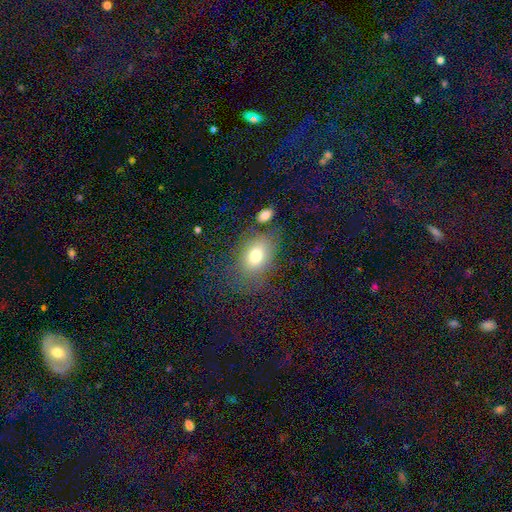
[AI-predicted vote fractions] smooth-or-featured: smooth: 75% | featured or disk: 15% | star or artifact: 10%
  how-rounded: in between: 78% | round: 20% | cigar-shaped: 2%
  merging: none: 61% | minor disturbance: 19% | major disturbance: 12% | merger: 8%